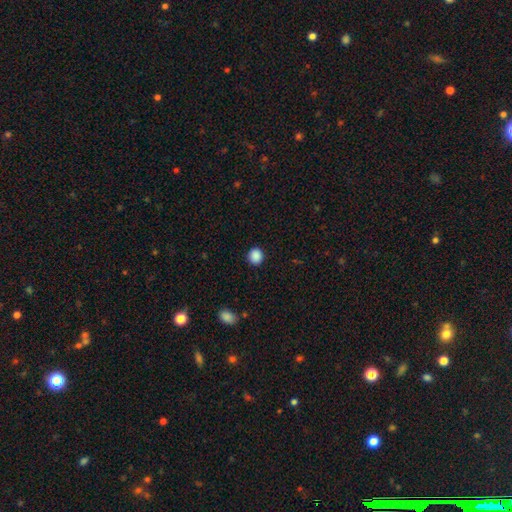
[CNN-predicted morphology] type=smooth (88%); roundness=round (82%); merging=none (91%).